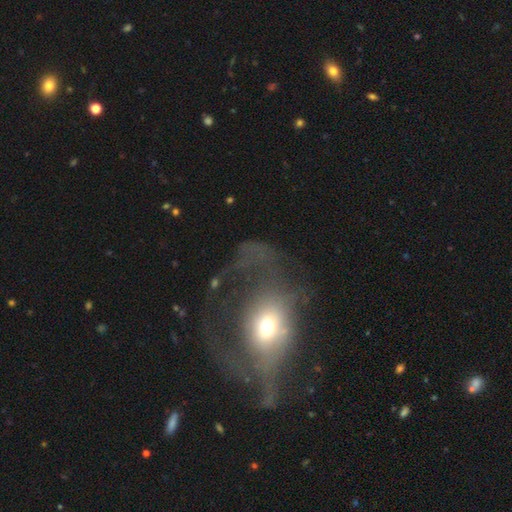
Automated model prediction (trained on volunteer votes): A smooth galaxy with no disk features (43%).

Vote fractions:
- Smooth or featured? smooth: 43% / featured or disk: 40% / star or artifact: 17%
- Merging? major disturbance: 60% / none: 21% / minor disturbance: 12% / merger: 7%